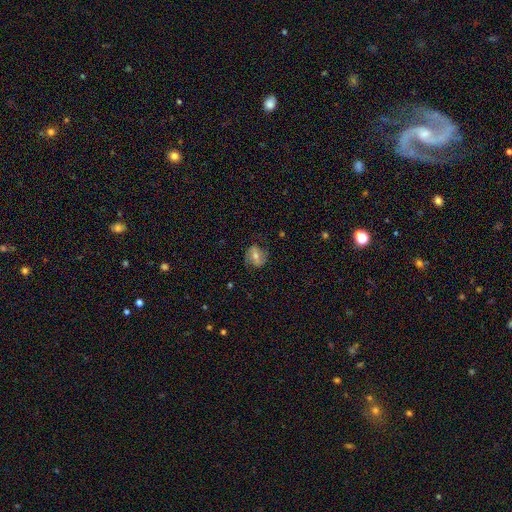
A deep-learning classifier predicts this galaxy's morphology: Smooth or featured? Predicted: featured or disk (p=0.62). Edge-on disk? Predicted: no (p=0.97). Bar? Predicted: weak (p=0.41). Spiral arms? Predicted: yes (p=0.85). Spiral winding? Predicted: medium (p=0.45). Spiral arm count? Predicted: 2 (p=0.85). Bulge size? Predicted: moderate (p=0.62). Merging? Predicted: none (p=0.78).